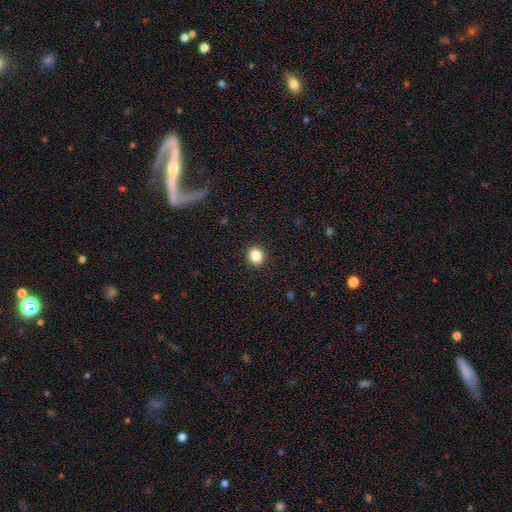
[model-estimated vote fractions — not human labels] Smooth or featured? Predicted: smooth (p=0.86). How rounded? Predicted: round (p=0.72). Merging? Predicted: none (p=0.92).